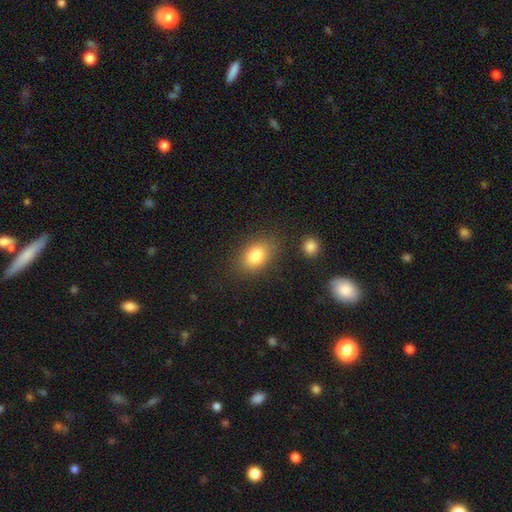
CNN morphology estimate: Smooth or featured?
  - smooth: 82% *
  - star or artifact: 9%
  - featured or disk: 9%
How rounded?
  - in between: 76% *
  - round: 22%
  - cigar-shaped: 2%
Merging?
  - none: 79% *
  - minor disturbance: 13%
  - major disturbance: 4%
  - merger: 3%